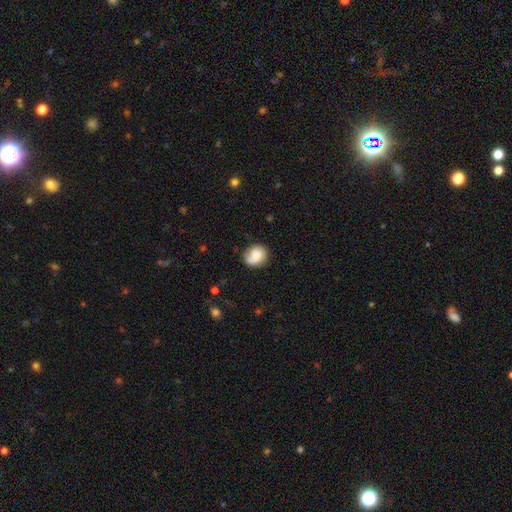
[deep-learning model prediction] Smooth or featured? Predicted: smooth (p=0.72). How rounded? Predicted: round (p=0.72). Merging? Predicted: none (p=0.70).